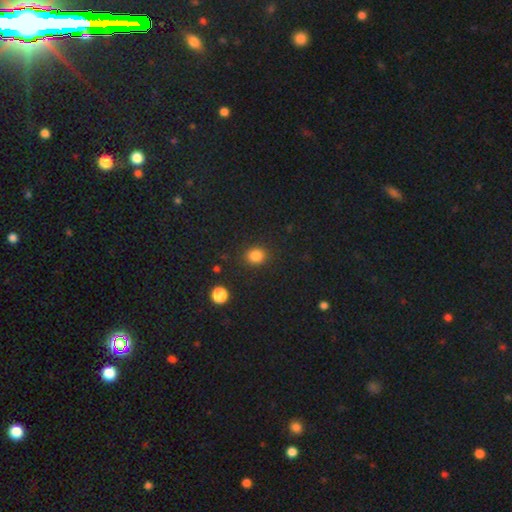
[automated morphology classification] This appears to be a smooth galaxy with no disk features (84%) that is round (71%). Merging: none (87%).